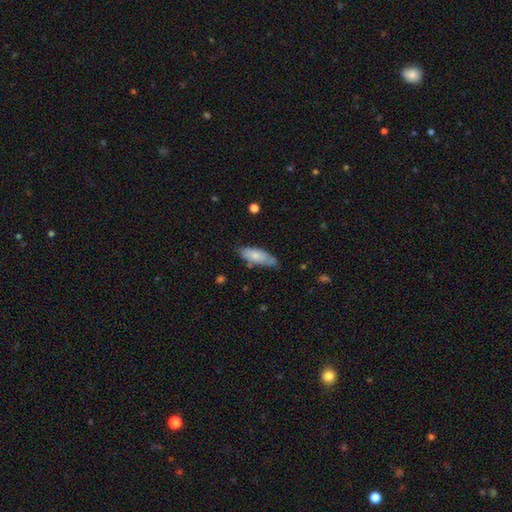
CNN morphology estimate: The model was most divided on "how rounded": in between: 66%, cigar-shaped: 32%, round: 2%. More confident: smooth or featured — smooth (75%); merging — none (70%).